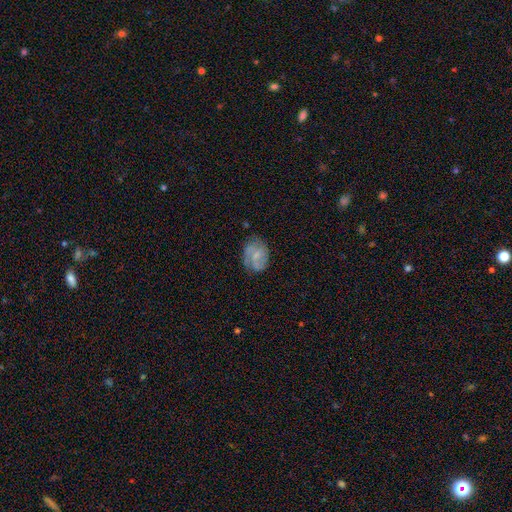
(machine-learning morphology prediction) Smooth or featured: featured or disk — 63% (smooth — 29%)
Edge-on disk: no — 97% (yes — 3%)
Bar: no — 49% (weak — 43%)
Spiral arms: yes — 87% (no — 13%)
Spiral winding: medium — 43% (tight — 38%)
Spiral arm count: 2 — 42% (can't tell — 26%)
Bulge size: small — 55% (moderate — 23%)
Merging: none — 66% (minor disturbance — 23%)